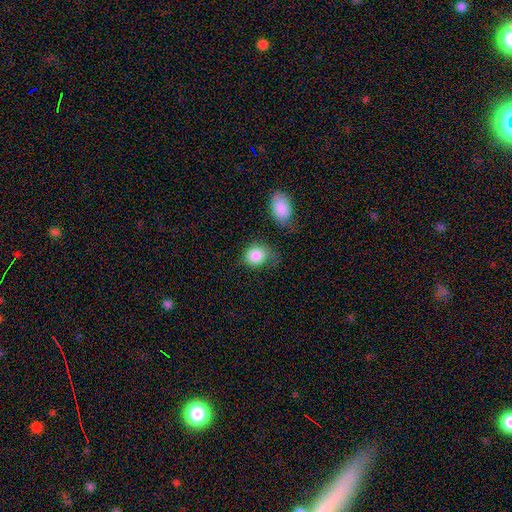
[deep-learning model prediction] Overall: smooth (86%). How rounded: round (65%; in between 34%). Merging: none (50%; minor disturbance 29%).